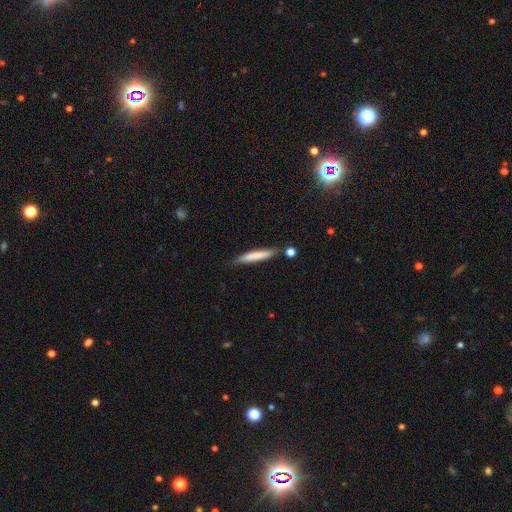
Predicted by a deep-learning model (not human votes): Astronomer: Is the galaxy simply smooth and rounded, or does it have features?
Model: smooth — 75%.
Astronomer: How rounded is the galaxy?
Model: cigar-shaped — 92%.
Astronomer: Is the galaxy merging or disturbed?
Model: none — 76%.